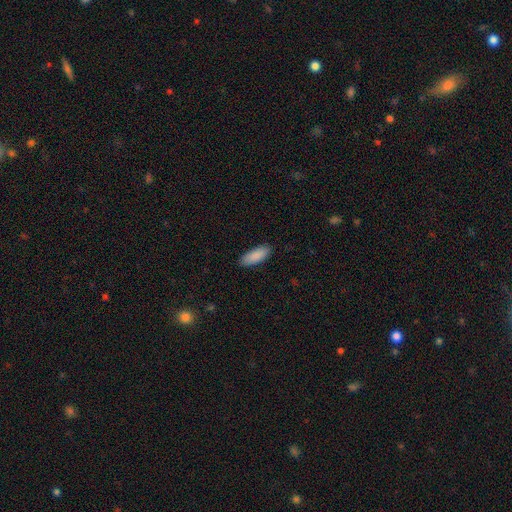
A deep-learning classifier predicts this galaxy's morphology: Q: Smooth or featured?
A: smooth (89%); runner-up: star or artifact (6%)
Q: How rounded?
A: in between (73%); runner-up: cigar-shaped (26%)
Q: Merging?
A: none (87%); runner-up: minor disturbance (10%)